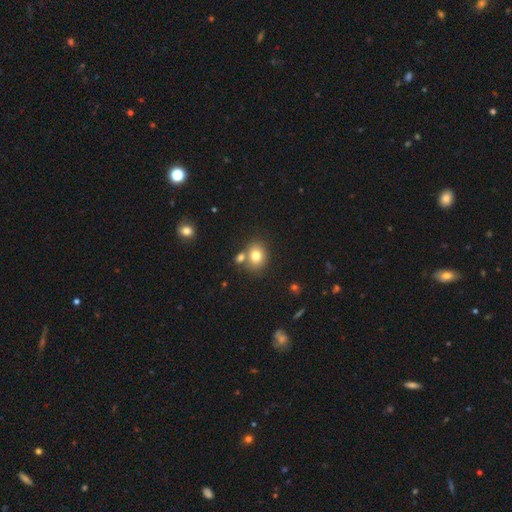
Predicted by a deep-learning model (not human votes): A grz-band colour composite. It shows a smooth galaxy with no disk features (77%) that is round (53%). Merging: none (63%).